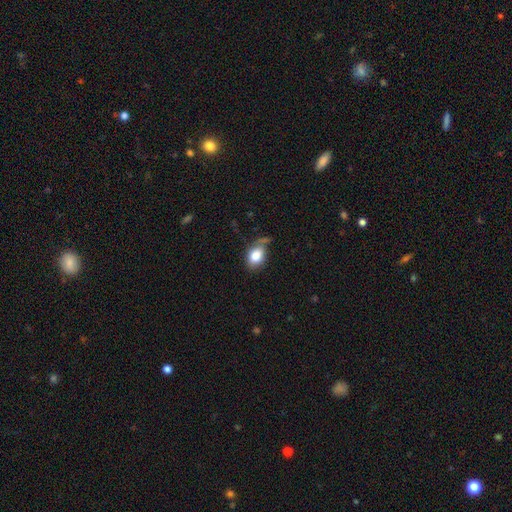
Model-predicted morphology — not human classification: Smooth or featured? smooth (82%)
How rounded? in between (76%)
Merging? none (54%)